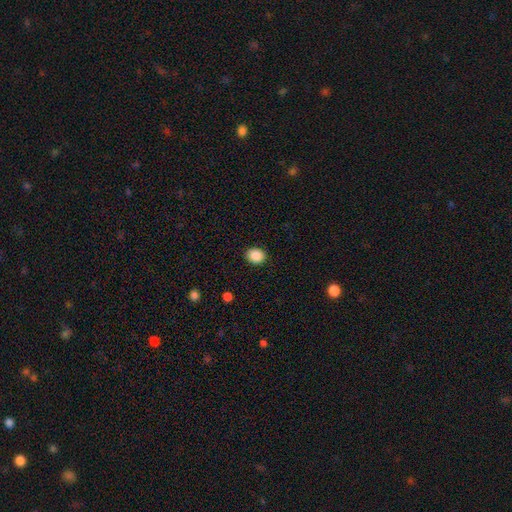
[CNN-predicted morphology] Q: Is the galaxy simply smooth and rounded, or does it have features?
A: smooth — 88%.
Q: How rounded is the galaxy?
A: round — 61%.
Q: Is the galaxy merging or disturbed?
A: none — 90%.